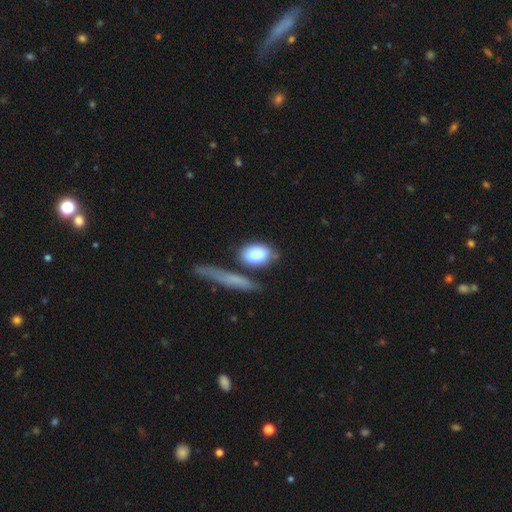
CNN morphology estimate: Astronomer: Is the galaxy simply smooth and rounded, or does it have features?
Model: smooth — 79%.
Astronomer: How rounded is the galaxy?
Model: in between — 78%.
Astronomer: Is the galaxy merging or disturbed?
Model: none — 61%.